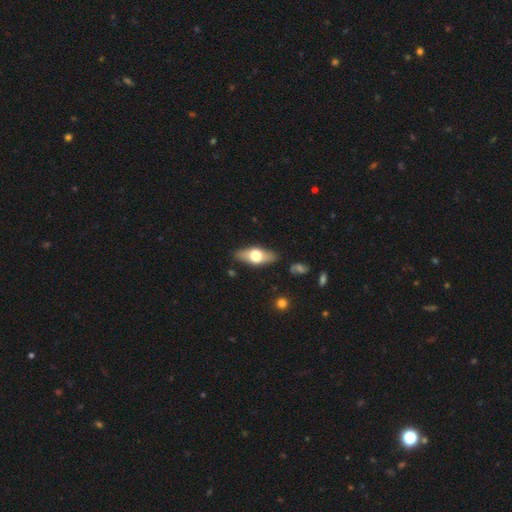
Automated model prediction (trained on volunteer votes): A smooth galaxy with no disk features (52%) that is in between round and cigar-shaped (73%).

Vote fractions:
- Smooth or featured? smooth: 52% / featured or disk: 41% / star or artifact: 7%
- How rounded? in between: 73% / cigar-shaped: 22% / round: 5%
- Merging? none: 85% / minor disturbance: 10% / major disturbance: 2% / merger: 2%